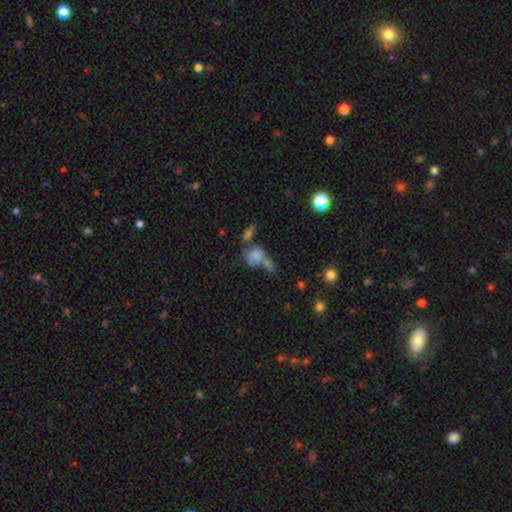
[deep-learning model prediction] Overall: smooth (71%). How rounded: in between (55%; round 42%). Merging: merger (56%; none 22%).